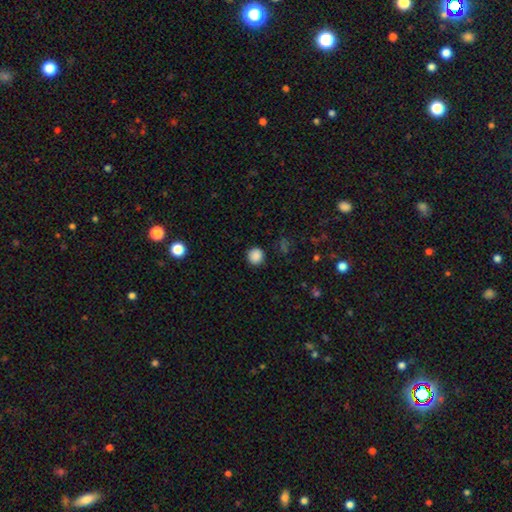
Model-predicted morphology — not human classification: Smooth or featured?
  - smooth: 86% *
  - star or artifact: 11%
  - featured or disk: 3%
How rounded?
  - round: 93% *
  - in between: 6%
  - cigar-shaped: 1%
Merging?
  - none: 91% *
  - minor disturbance: 6%
  - major disturbance: 2%
  - merger: 1%